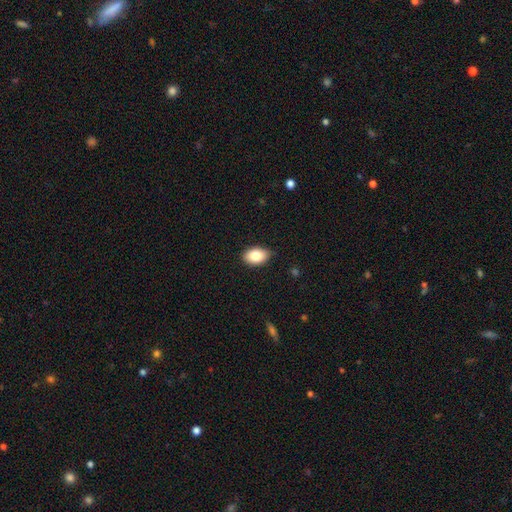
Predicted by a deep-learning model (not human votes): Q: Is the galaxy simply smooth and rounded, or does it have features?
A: smooth — 83%.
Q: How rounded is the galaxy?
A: in between — 88%.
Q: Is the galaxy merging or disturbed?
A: none — 84%.